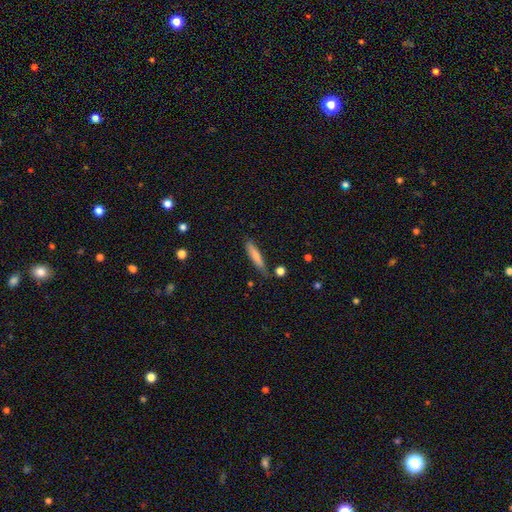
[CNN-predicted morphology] This is likely a smooth galaxy (75%). How rounded: clearly cigar-shaped (84%). Merging: likely none (73%).